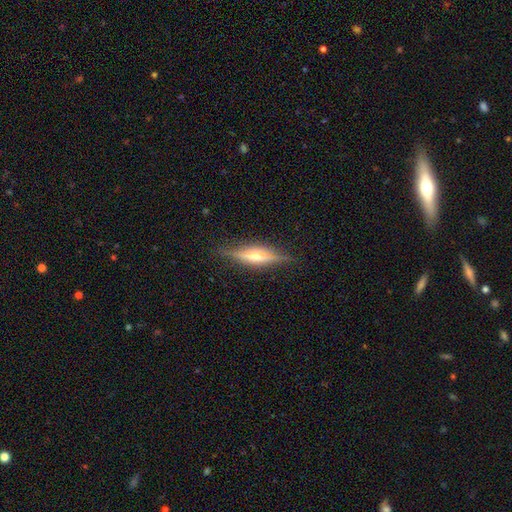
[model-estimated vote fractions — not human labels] Smooth or featured: featured or disk — 71% (smooth — 22%)
Edge-on disk: yes — 95% (no — 5%)
Edge-on bulge: rounded — 83% (boxy — 11%)
Merging: none — 87% (minor disturbance — 10%)